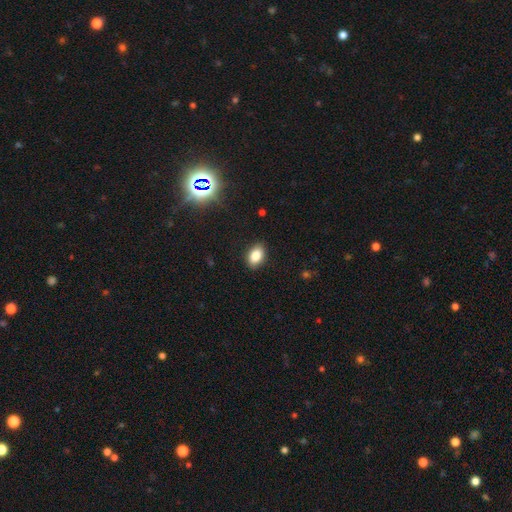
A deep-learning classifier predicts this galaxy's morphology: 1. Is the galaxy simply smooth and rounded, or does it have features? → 83% smooth, 10% star or artifact, 7% featured or disk.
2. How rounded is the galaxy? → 87% in between, 11% round, 2% cigar-shaped.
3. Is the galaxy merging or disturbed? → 88% none, 9% minor disturbance, 2% major disturbance, 1% merger.